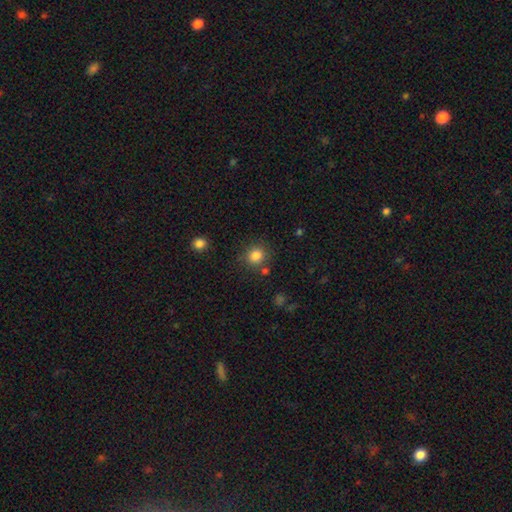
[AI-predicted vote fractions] This appears to be a smooth galaxy with no disk features (84%) that is round (87%). Merging: none (81%).